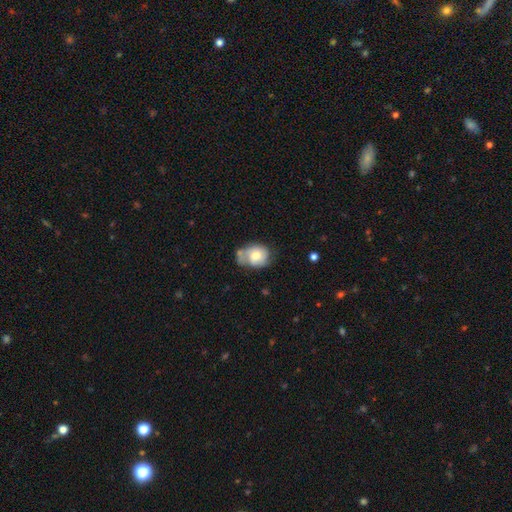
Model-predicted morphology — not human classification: A smooth galaxy with no disk features (61%) that is round (52%). Merging: none (35%).